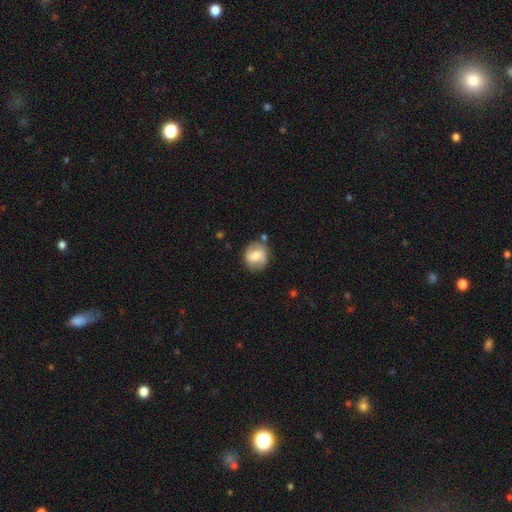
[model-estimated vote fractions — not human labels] Q: Smooth or featured?
A: smooth (48%); runner-up: featured or disk (44%)
Q: Merging?
A: none (74%); runner-up: minor disturbance (16%)